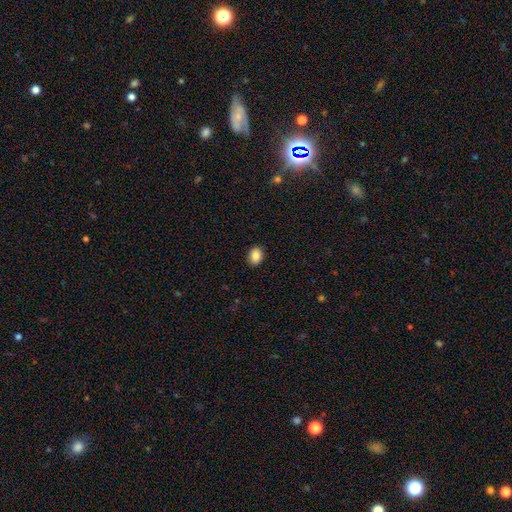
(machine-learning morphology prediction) smooth 87%, star or artifact 9%, featured or disk 4%. Down the decision tree: how rounded — in between (60%); merging — none (90%).